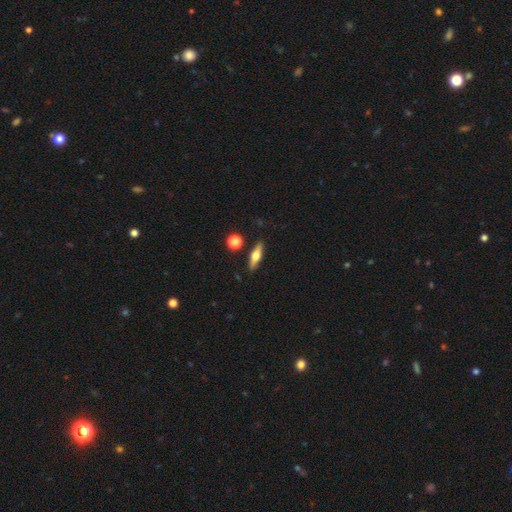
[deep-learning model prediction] This appears to be a featured or disk galaxy (48%). Merging: none (86%).